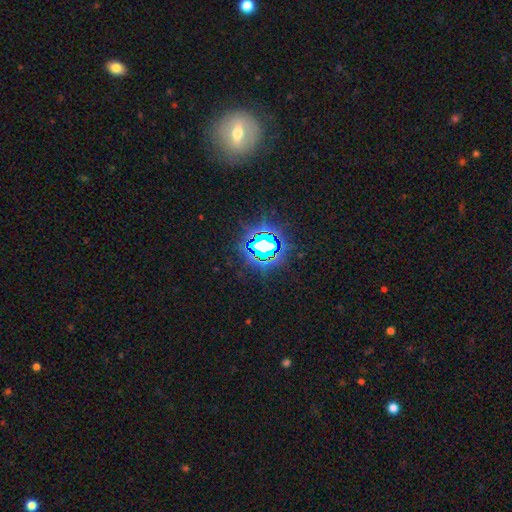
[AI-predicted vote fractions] Smooth or featured? star or artifact (76%)